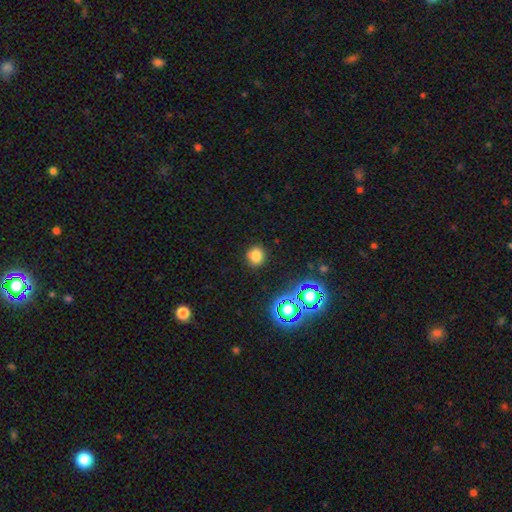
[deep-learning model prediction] smooth-or-featured: smooth: 77% | star or artifact: 17% | featured or disk: 6%
  how-rounded: round: 78% | in between: 21% | cigar-shaped: 1%
  merging: none: 86% | minor disturbance: 9% | major disturbance: 3% | merger: 2%